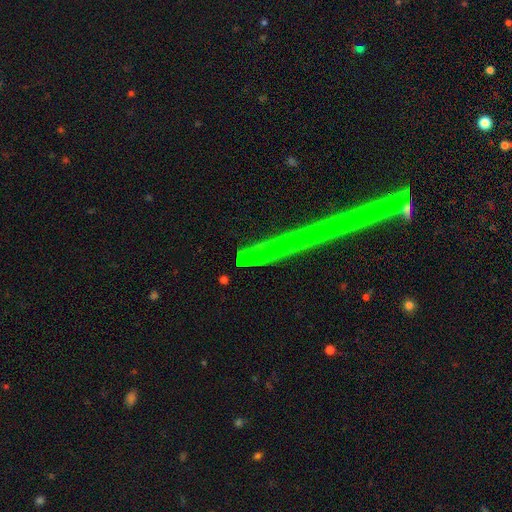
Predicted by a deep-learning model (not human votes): smooth_or_featured: star or artifact (p=0.51) [alt: featured or disk p=0.27]